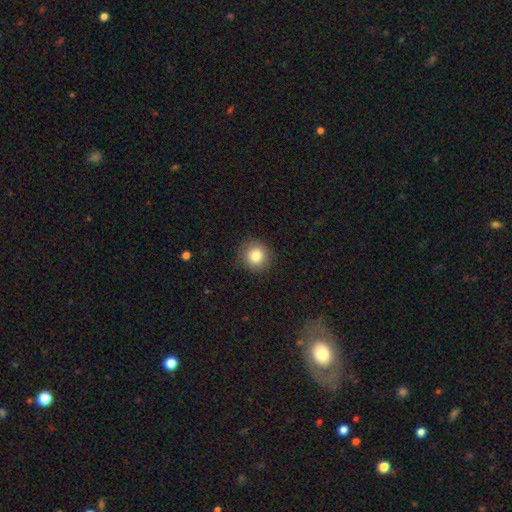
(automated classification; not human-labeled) Smooth or featured?
  - smooth: 83% *
  - star or artifact: 10%
  - featured or disk: 7%
How rounded?
  - round: 93% *
  - in between: 6%
  - cigar-shaped: 1%
Merging?
  - none: 89% *
  - minor disturbance: 8%
  - major disturbance: 2%
  - merger: 1%